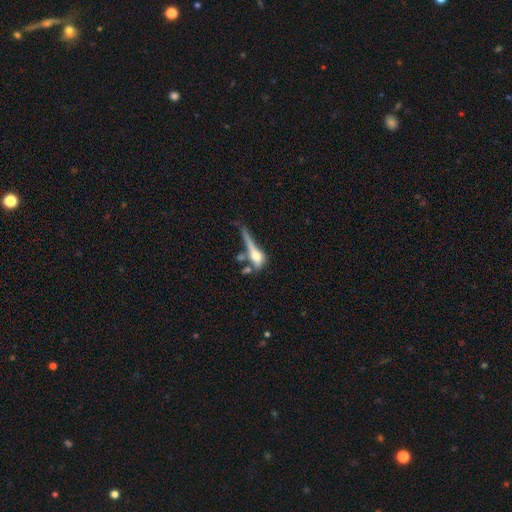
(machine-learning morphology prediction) smooth-or-featured: smooth: 50% | featured or disk: 39% | star or artifact: 10%
  how-rounded: cigar-shaped: 41% | in between: 37% | round: 23%
  merging: major disturbance: 30% | none: 27% | merger: 26% | minor disturbance: 17%